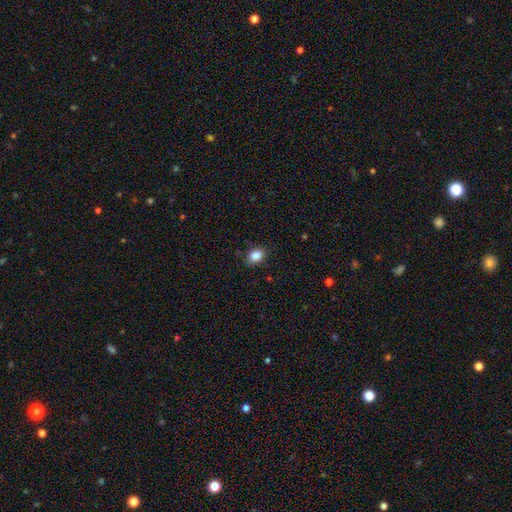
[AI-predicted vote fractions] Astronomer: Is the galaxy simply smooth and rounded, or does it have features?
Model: smooth — 86%.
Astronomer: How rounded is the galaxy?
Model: in between — 68%.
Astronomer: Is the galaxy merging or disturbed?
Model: none — 84%.